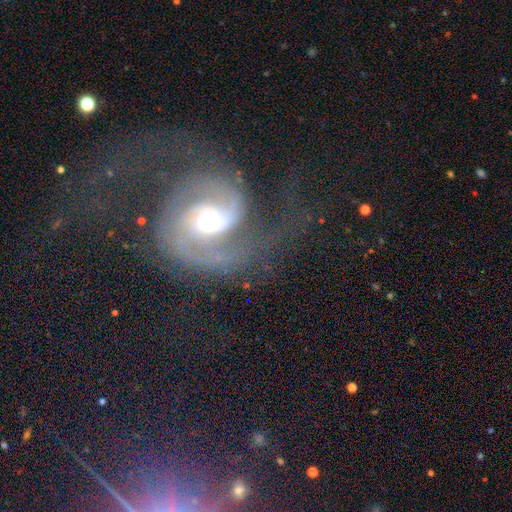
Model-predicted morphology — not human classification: This is clearly a featured or disk galaxy (88%). It is clearly not viewed edge-on (98%). Bar: possibly no (45%). Spiral arm pattern: clearly yes (97%). Spiral arm count: clearly 2 (87%). Spiral winding: possibly medium (53%). Central bulge: likely moderate (67%). Merging: possibly none (59%).